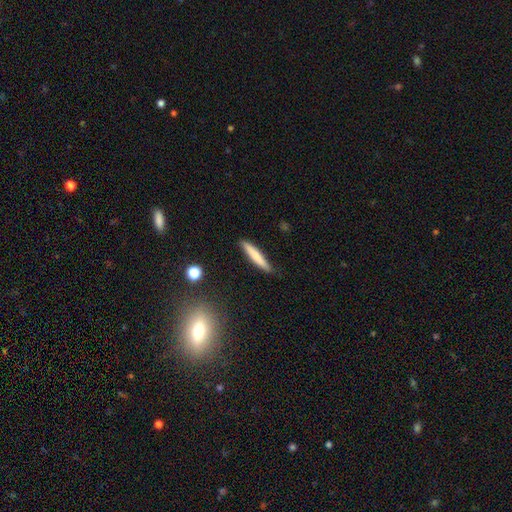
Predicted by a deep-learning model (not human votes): The model was most divided on "smooth or featured": smooth: 72%, featured or disk: 22%, star or artifact: 6%. More confident: how rounded — cigar-shaped (92%); merging — none (86%).